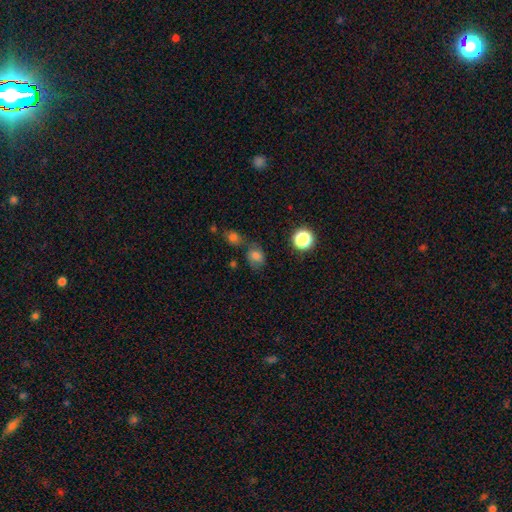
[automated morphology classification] A smooth galaxy with no disk features (73%) that is round (51%). Merging: none (50%).